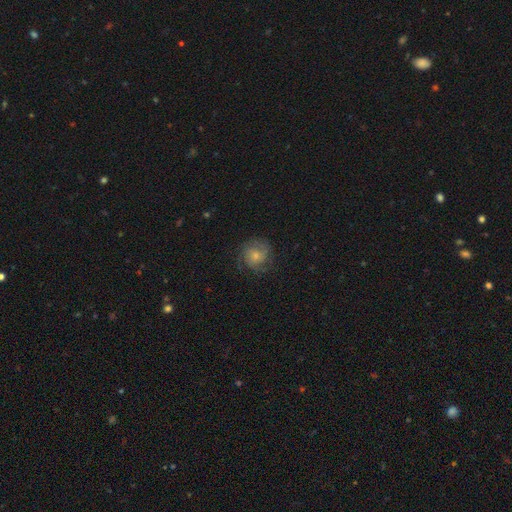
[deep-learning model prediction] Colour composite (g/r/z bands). It shows a featured or disk galaxy (47%). Merging: none (69%).